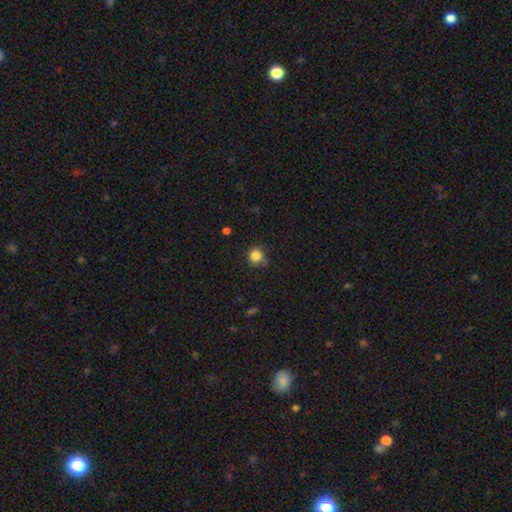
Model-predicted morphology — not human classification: smooth_or_featured: smooth (p=0.84) [alt: star or artifact p=0.11]
how_rounded: round (p=0.87) [alt: in between p=0.13]
merging: none (p=0.67) [alt: minor disturbance p=0.24]